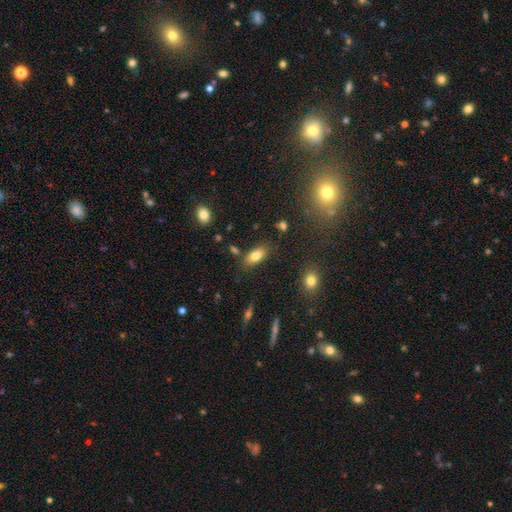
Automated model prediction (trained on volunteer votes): smooth 79%, featured or disk 12%, star or artifact 9%. Down the decision tree: how rounded — in between (88%); merging — none (80%).